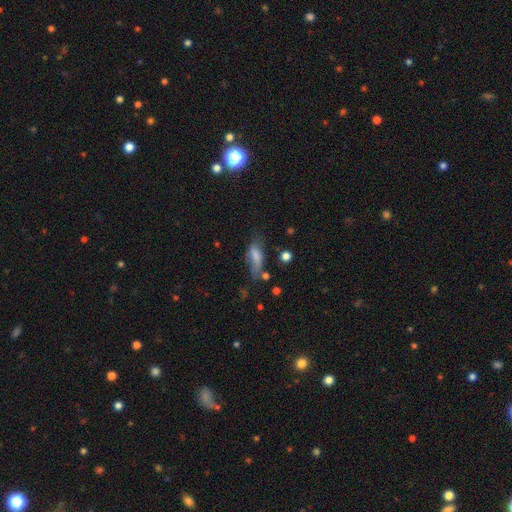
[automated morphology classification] Smooth or featured? smooth (69%)
How rounded? in between (72%)
Merging? none (42%)